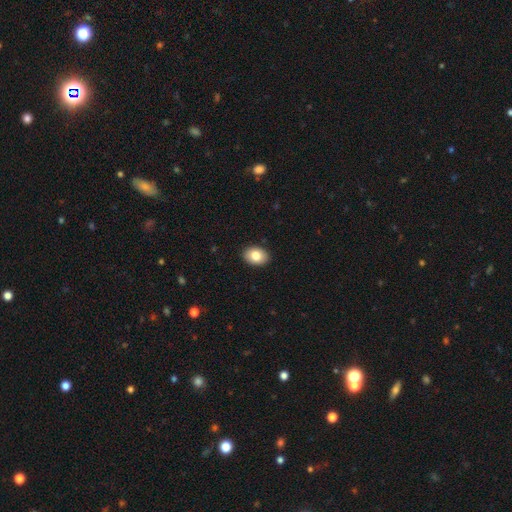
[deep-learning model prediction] Morphology: type=smooth (83%); roundness=in between (77%); merging=none (91%).